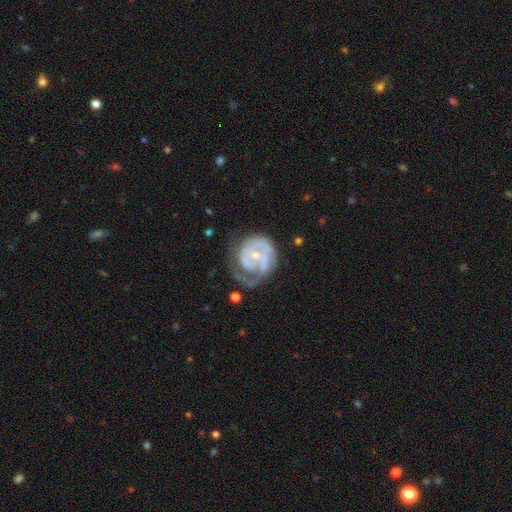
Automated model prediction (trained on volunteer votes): Morphology: type=featured or disk (80%); edge-on=no (98%); bar=no (68%); spiral arms=yes (86%); winding=tight (57%); arm count=1 (34%); bulge=small (66%); merging=none (44%).